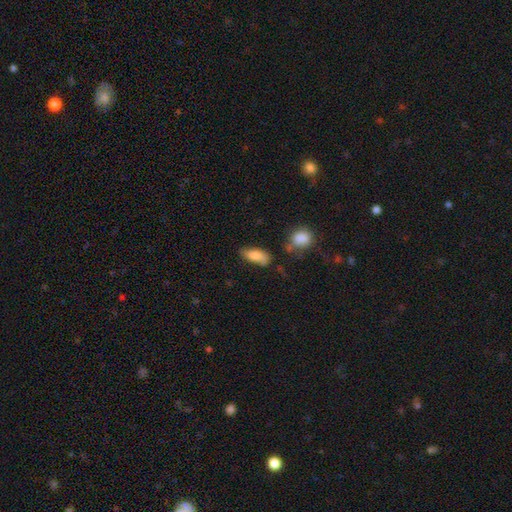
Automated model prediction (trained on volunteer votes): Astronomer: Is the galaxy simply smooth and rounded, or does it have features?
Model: smooth — 80%.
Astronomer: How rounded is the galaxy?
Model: in between — 83%.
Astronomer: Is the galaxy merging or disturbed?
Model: none — 54%.